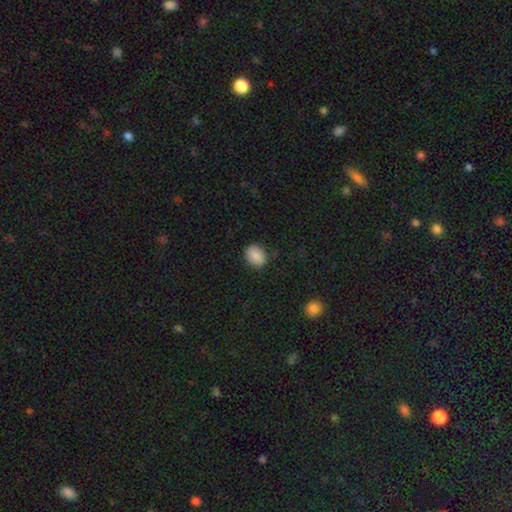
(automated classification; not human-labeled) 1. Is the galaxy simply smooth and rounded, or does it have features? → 86% smooth, 8% star or artifact, 6% featured or disk.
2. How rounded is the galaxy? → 57% in between, 42% round, 1% cigar-shaped.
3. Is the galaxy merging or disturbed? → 81% none, 15% minor disturbance, 3% major disturbance, 1% merger.